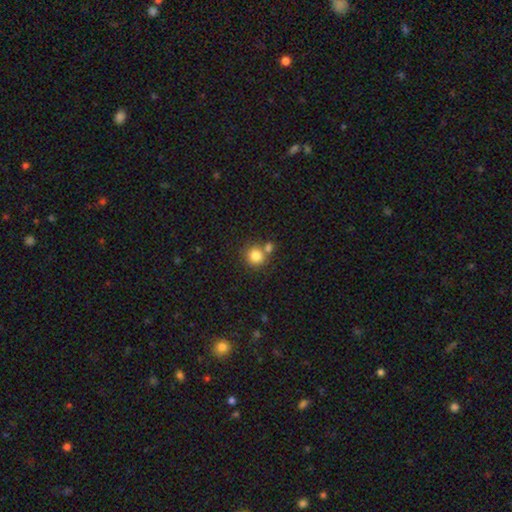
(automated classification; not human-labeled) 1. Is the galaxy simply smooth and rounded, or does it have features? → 82% smooth, 10% star or artifact, 8% featured or disk.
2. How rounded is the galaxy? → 90% round, 9% in between, 1% cigar-shaped.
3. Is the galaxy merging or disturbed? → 60% none, 28% merger, 9% minor disturbance, 3% major disturbance.